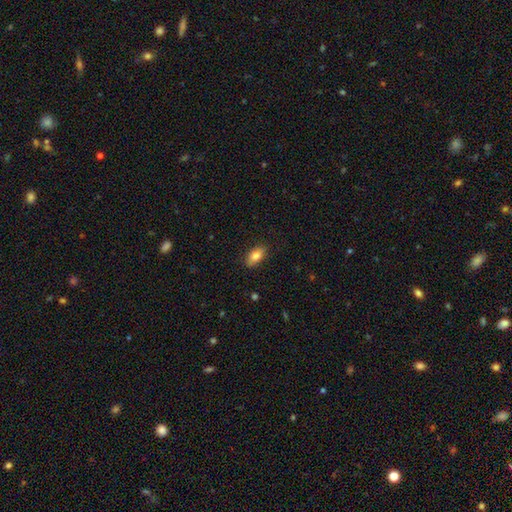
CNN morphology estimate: Smooth or featured: smooth — 82% (featured or disk — 10%)
How rounded: in between — 88% (round — 6%)
Merging: none — 84% (minor disturbance — 12%)